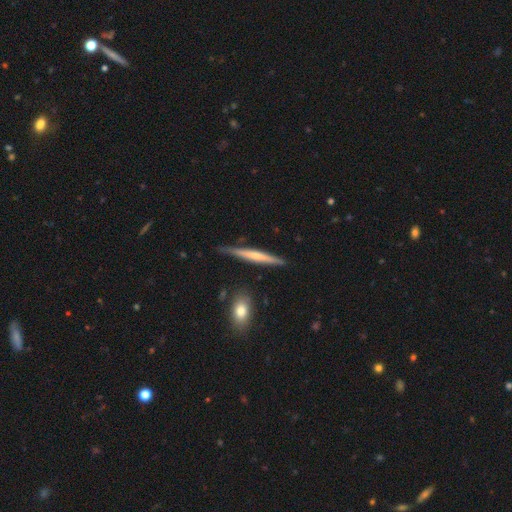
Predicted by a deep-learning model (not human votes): This is possibly a featured or disk galaxy (51%). It is clearly viewed edge-on (96%). Merging: clearly none (82%).